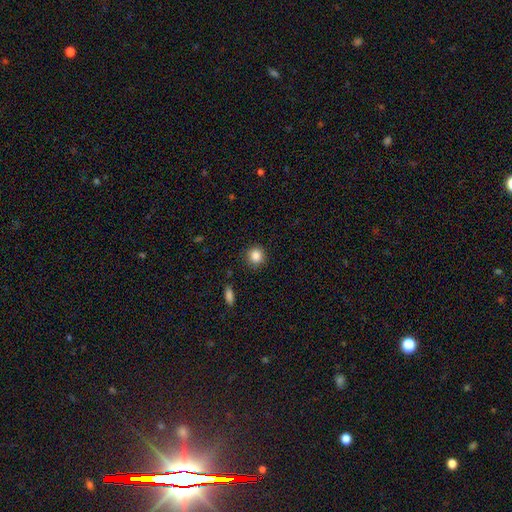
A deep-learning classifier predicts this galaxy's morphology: type=smooth (87%); roundness=round (90%); merging=none (88%).